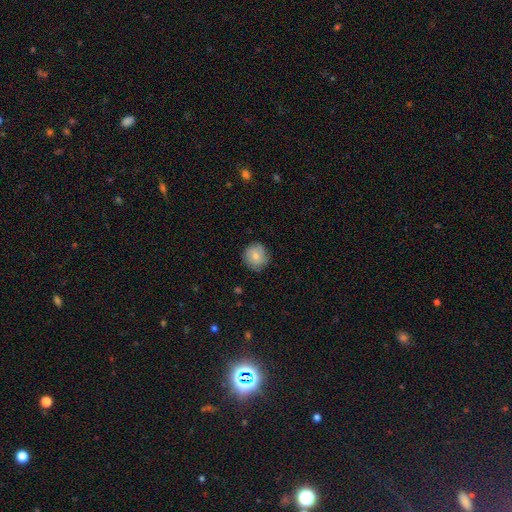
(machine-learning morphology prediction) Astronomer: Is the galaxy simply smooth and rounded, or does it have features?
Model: smooth — 61%.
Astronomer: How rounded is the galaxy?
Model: round — 91%.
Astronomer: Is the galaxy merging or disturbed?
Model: none — 80%.